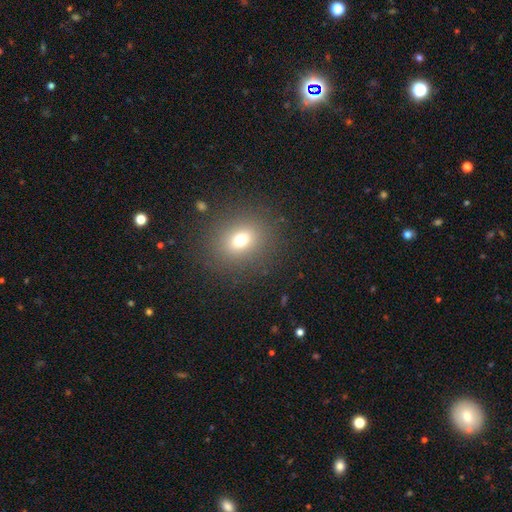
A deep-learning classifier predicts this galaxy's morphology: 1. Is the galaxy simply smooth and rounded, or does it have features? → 63% smooth, 27% star or artifact, 9% featured or disk.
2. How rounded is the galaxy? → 65% round, 34% in between, 2% cigar-shaped.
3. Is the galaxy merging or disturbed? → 90% none, 6% minor disturbance, 2% major disturbance, 2% merger.